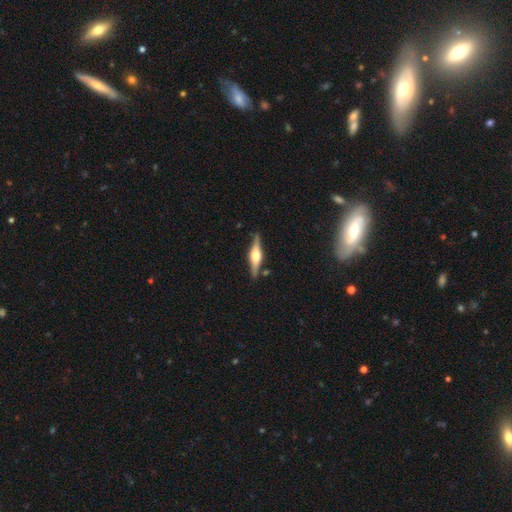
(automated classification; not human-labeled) featured or disk 78%, smooth 16%, star or artifact 6%. Down the decision tree: edge-on disk — yes (98%); edge-on bulge — rounded (91%); merging — none (87%).